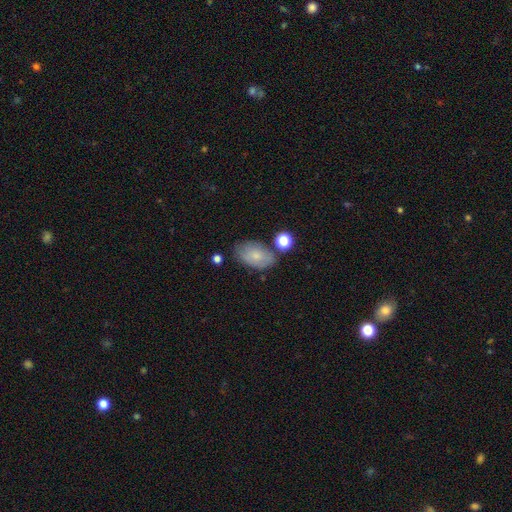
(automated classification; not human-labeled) smooth-or-featured: smooth: 72% | featured or disk: 20% | star or artifact: 8%
  how-rounded: in between: 90% | round: 9% | cigar-shaped: 2%
  merging: none: 65% | minor disturbance: 22% | merger: 7% | major disturbance: 6%